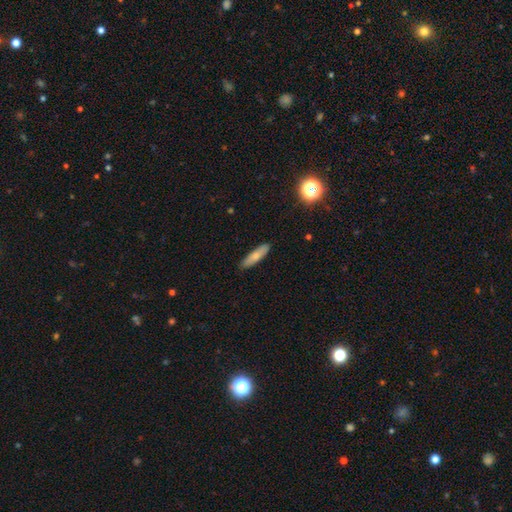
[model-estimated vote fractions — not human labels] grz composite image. It shows a smooth galaxy with no disk features (71%) that is cigar-shaped (72%). Merging: none (87%).